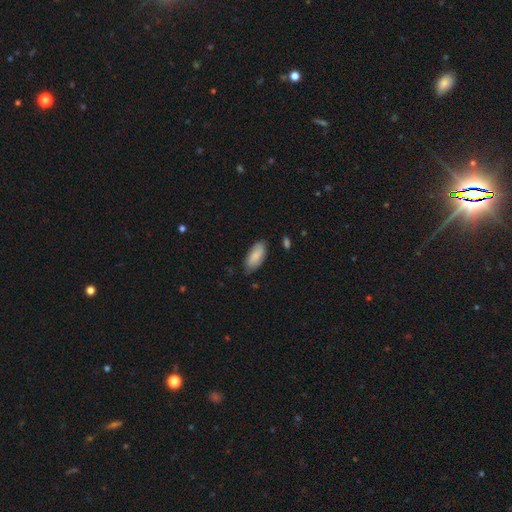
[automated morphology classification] Smooth or featured? Predicted: smooth (p=0.84). How rounded? Predicted: in between (p=0.87). Merging? Predicted: none (p=0.75).